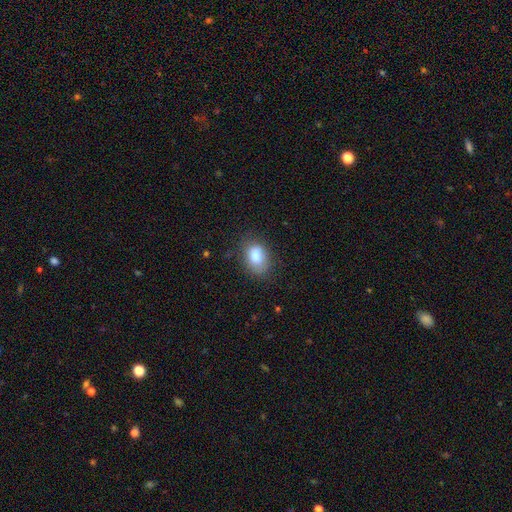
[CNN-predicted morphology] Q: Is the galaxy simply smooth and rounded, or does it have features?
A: smooth — 84%.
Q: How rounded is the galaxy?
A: in between — 82%.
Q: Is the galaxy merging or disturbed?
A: none — 67%.